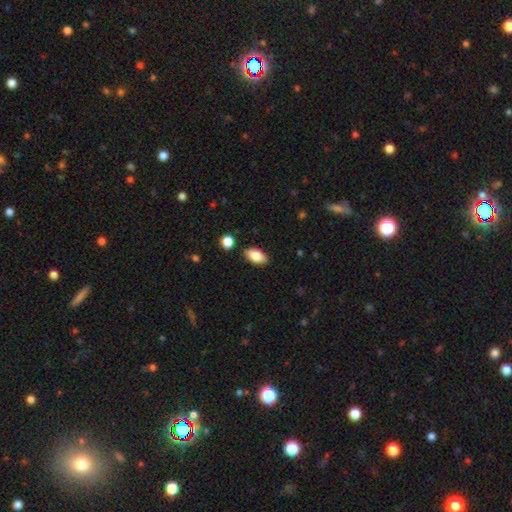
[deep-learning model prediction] The model was most divided on "smooth or featured": smooth: 85%, featured or disk: 8%, star or artifact: 7%. More confident: how rounded — in between (92%); merging — none (87%).